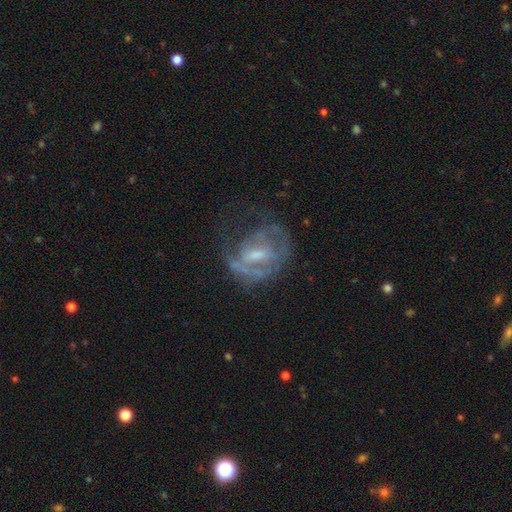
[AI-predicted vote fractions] This appears to be a featured or disk galaxy (72%) with a weak bar (48%), spiral arms (59%) and a moderate central bulge (40%). Merging: none (43%).